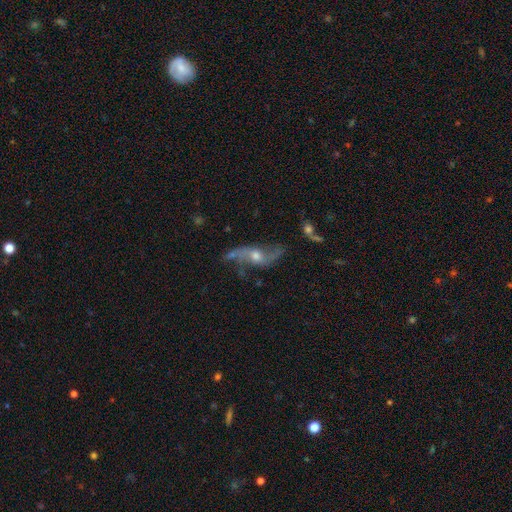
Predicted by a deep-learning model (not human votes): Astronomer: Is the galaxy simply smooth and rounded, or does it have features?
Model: featured or disk — 83%.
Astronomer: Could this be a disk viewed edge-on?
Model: no — 86%.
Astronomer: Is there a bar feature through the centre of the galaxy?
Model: no — 64%.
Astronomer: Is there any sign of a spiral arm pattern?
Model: yes — 93%.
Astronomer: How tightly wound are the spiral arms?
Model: loose — 82%.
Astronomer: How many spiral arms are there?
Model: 2 — 90%.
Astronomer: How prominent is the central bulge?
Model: moderate — 60%.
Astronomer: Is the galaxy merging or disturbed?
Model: none — 66%.